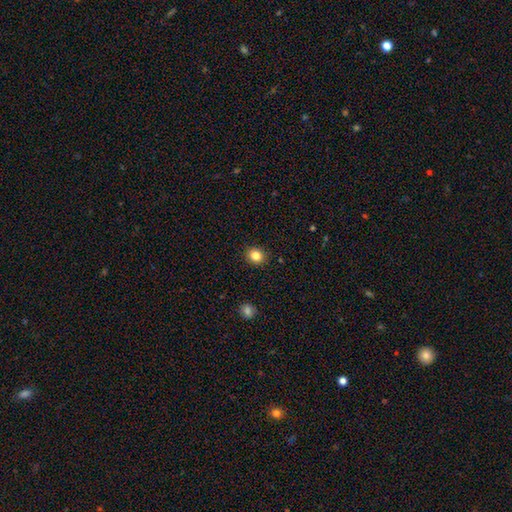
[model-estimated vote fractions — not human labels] This appears to be a smooth galaxy with no disk features (84%) that is round (77%). Merging: none (91%).